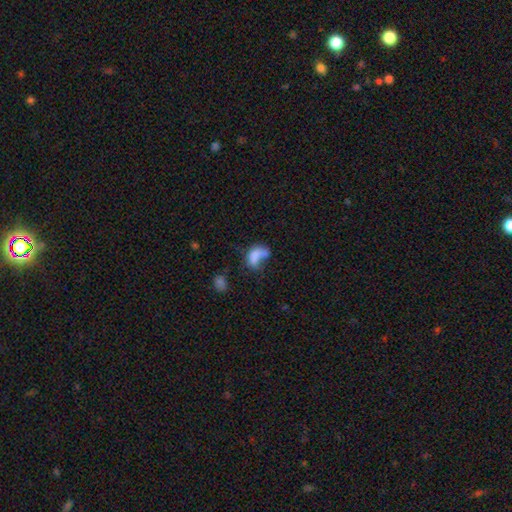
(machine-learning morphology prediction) A smooth galaxy with no disk features (70%) that is in between round and cigar-shaped (84%). Merging: merger (30%, tied with major disturbance).